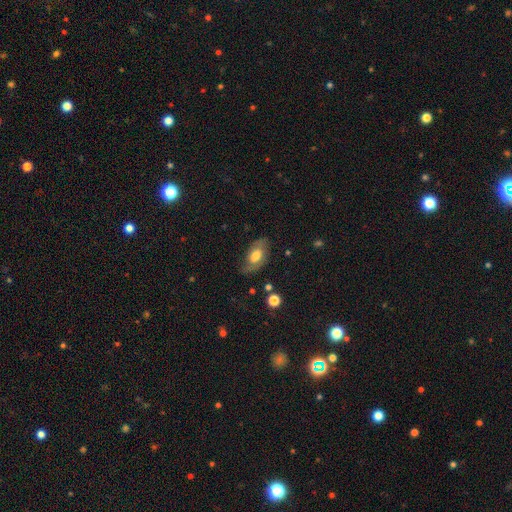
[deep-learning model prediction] Smooth or featured? smooth (46%, tied with featured or disk)
Merging? none (66%)